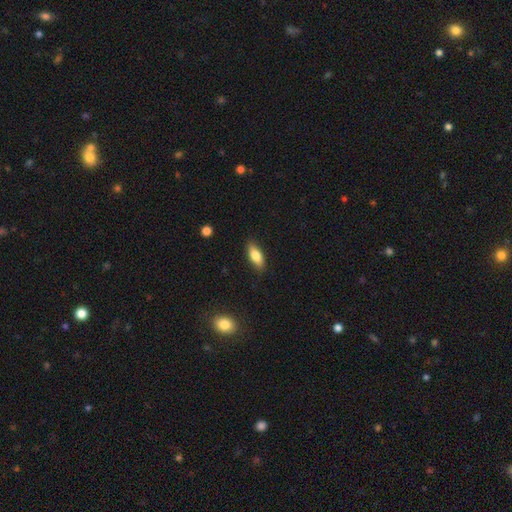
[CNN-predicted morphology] Smooth or featured?
  - smooth: 80% *
  - featured or disk: 13%
  - star or artifact: 7%
How rounded?
  - in between: 77% *
  - cigar-shaped: 21%
  - round: 3%
Merging?
  - none: 85% *
  - minor disturbance: 12%
  - major disturbance: 2%
  - merger: 1%